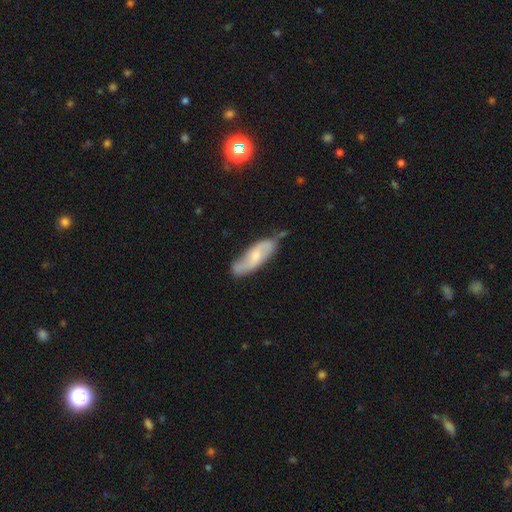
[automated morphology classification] Smooth or featured? featured or disk (58%)
Edge-on disk? no (84%)
Merging? none (64%)